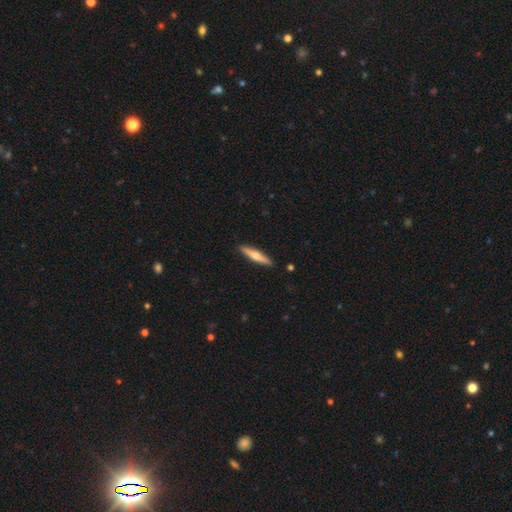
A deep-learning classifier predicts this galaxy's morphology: type=smooth (55%); roundness=cigar-shaped (88%); merging=none (91%).